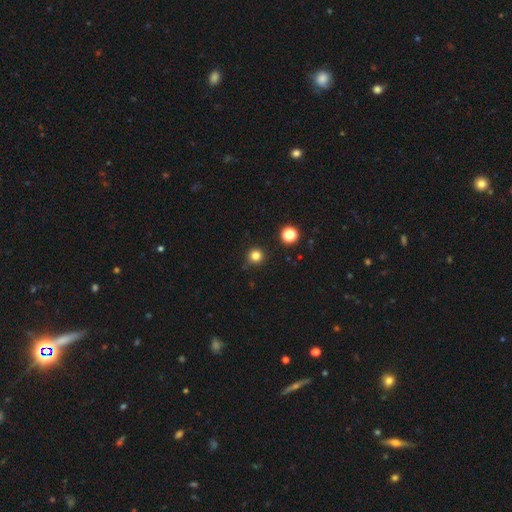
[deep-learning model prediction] This is clearly a smooth galaxy (81%). How rounded: clearly round (95%). Merging: clearly none (89%).